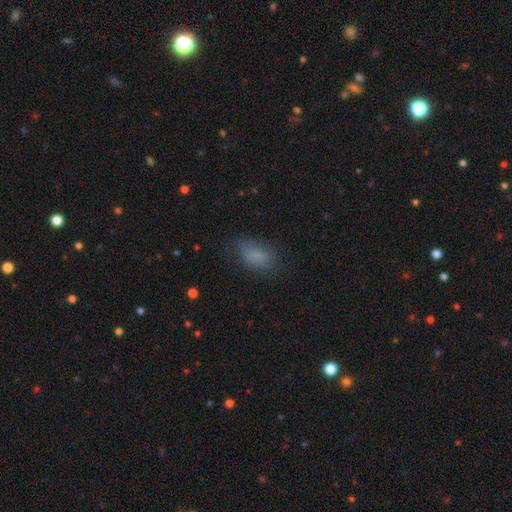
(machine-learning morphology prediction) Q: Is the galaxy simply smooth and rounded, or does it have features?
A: smooth — 78%.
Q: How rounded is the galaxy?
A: in between — 89%.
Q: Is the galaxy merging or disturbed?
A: none — 68%.